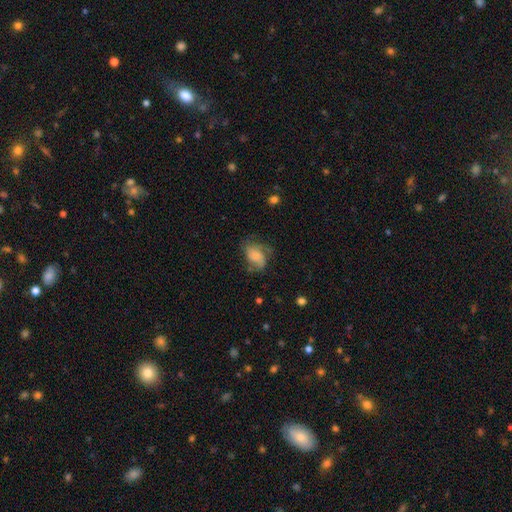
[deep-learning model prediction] Q: Smooth or featured?
A: smooth (50%); runner-up: featured or disk (41%)
Q: How rounded?
A: in between (80%); runner-up: round (18%)
Q: Merging?
A: none (43%); runner-up: minor disturbance (28%)